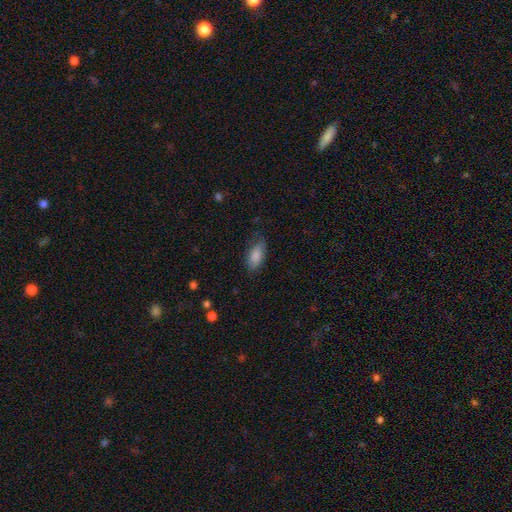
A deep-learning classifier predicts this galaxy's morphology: A smooth galaxy with no disk features (86%) that is in between round and cigar-shaped (87%).

Vote fractions:
- Smooth or featured? smooth: 86% / featured or disk: 8% / star or artifact: 7%
- How rounded? in between: 87% / cigar-shaped: 10% / round: 3%
- Merging? none: 70% / minor disturbance: 23% / major disturbance: 5% / merger: 1%